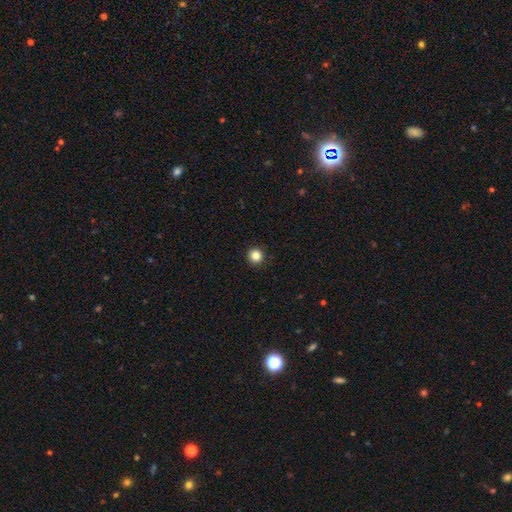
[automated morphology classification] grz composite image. It shows a smooth galaxy with no disk features (84%) that is round (96%). Merging: none (94%).